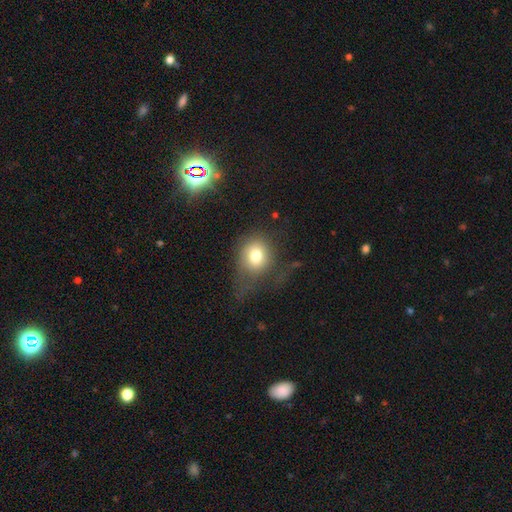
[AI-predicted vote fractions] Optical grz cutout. It shows a smooth galaxy with no disk features (74%) that is round (74%). Merging: none (45%).